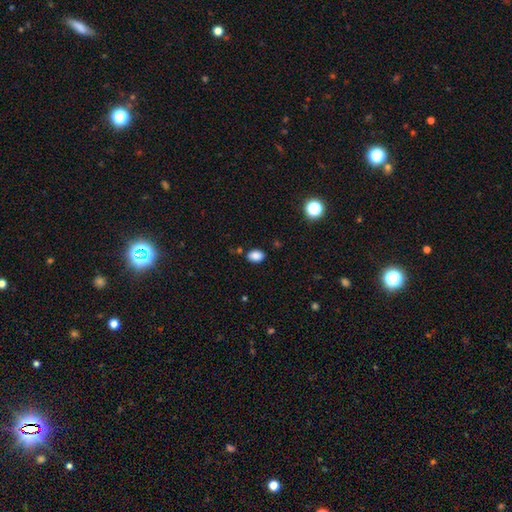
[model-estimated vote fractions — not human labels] smooth 86%, star or artifact 10%, featured or disk 4%. Down the decision tree: how rounded — in between (79%); merging — none (82%).